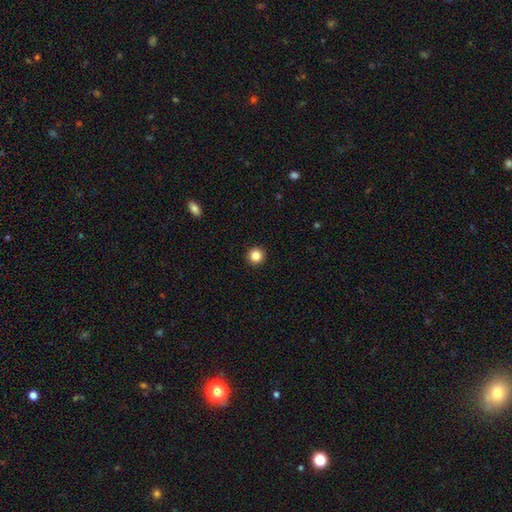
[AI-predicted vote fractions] A smooth galaxy with no disk features (85%) that is round (96%). Merging: none (94%).